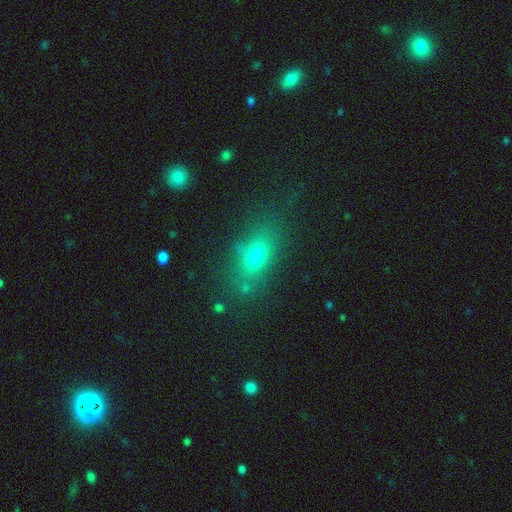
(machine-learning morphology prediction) Smooth or featured: smooth — 67% (star or artifact — 18%)
How rounded: in between — 70% (round — 17%)
Merging: none — 73% (minor disturbance — 15%)